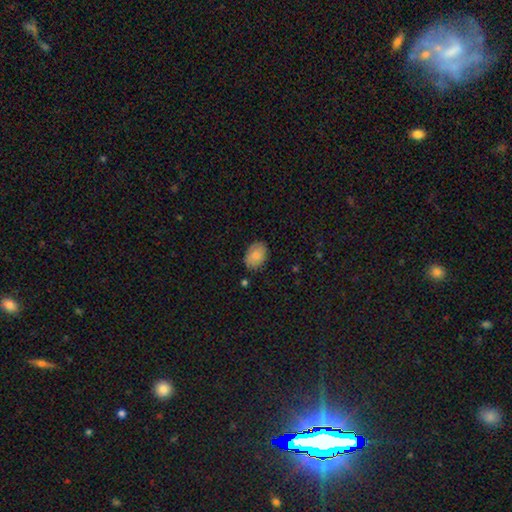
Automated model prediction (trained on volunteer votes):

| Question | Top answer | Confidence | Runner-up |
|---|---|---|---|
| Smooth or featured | smooth | 83% | featured or disk (10%) |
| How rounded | in between | 80% | round (19%) |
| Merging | none | 81% | minor disturbance (15%) |